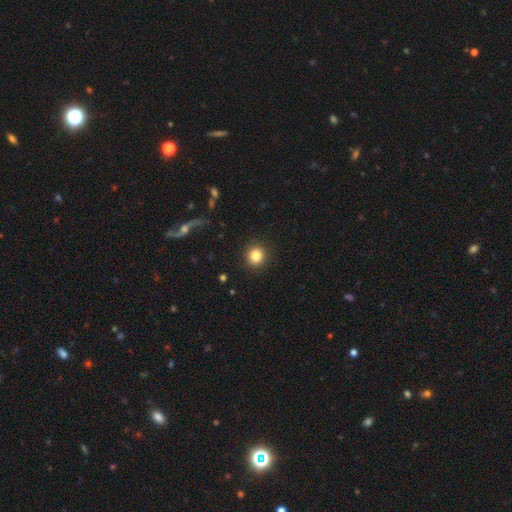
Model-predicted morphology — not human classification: A smooth galaxy with no disk features (84%) that is round (92%). Merging: none (91%).